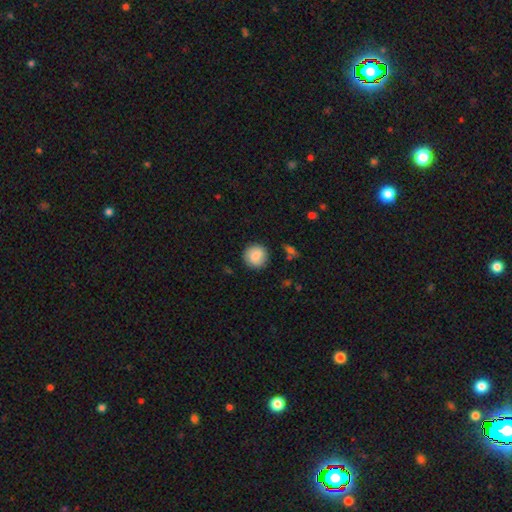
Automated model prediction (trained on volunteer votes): Smooth or featured? smooth (84%)
How rounded? round (92%)
Merging? none (87%)